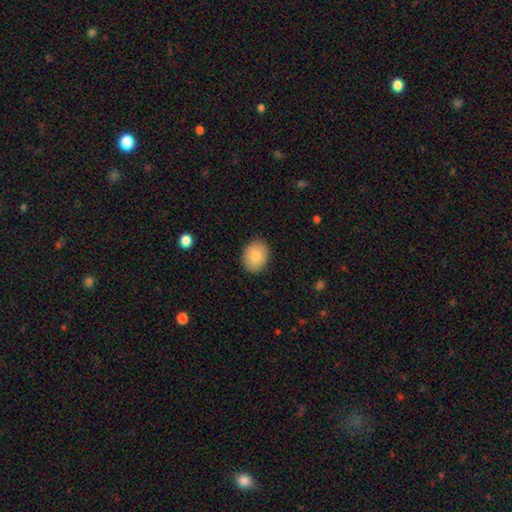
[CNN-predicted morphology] type=smooth (85%); roundness=in between (55%); merging=none (88%).